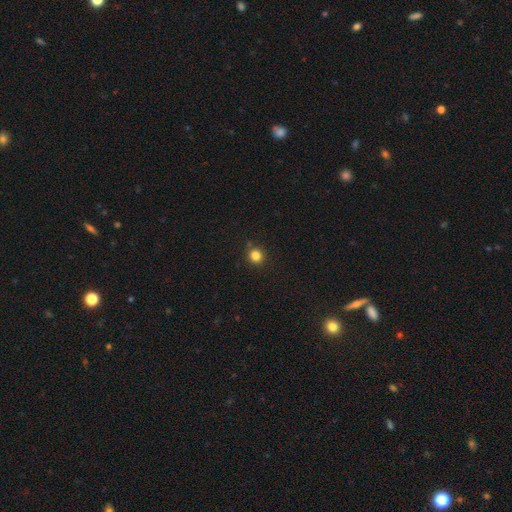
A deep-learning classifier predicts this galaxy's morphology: Smooth or featured: smooth — 83% (star or artifact — 13%)
How rounded: round — 90% (in between — 9%)
Merging: none — 86% (minor disturbance — 9%)